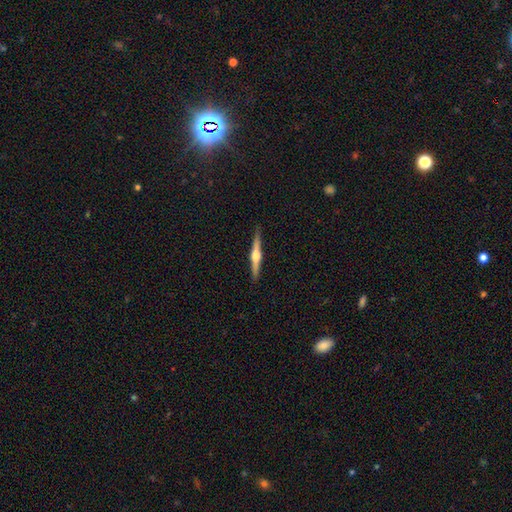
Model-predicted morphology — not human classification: This appears to be a featured or disk galaxy (75%) viewed edge-on (98%) with a rounded central bulge (93%). Merging: none (91%).